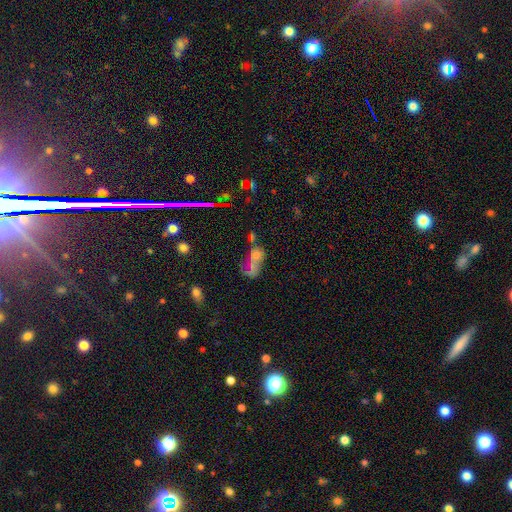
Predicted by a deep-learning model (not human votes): Morphology: type=smooth (42%); merging=merger (43%).